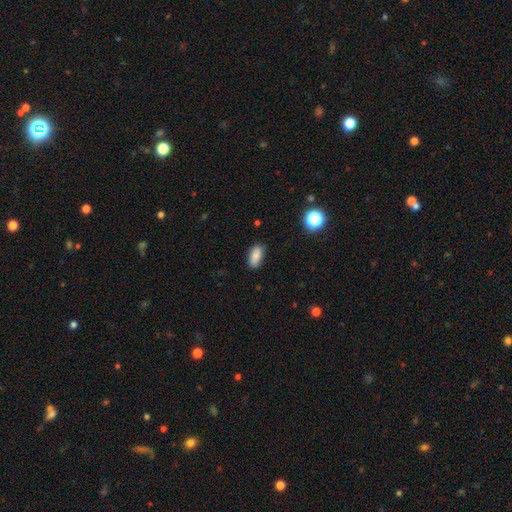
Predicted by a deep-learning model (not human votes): smooth 84%, star or artifact 8%, featured or disk 8%. Down the decision tree: how rounded — in between (87%); merging — none (84%).